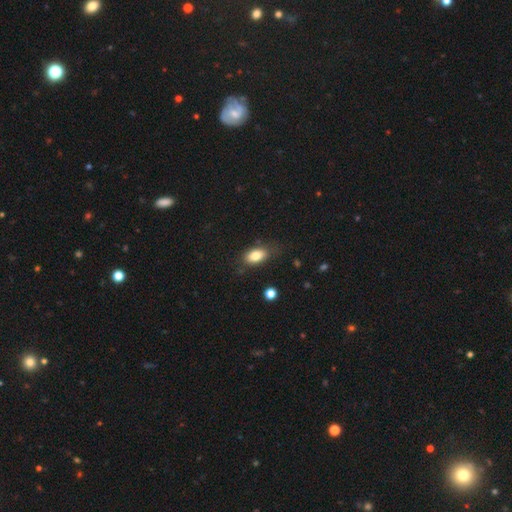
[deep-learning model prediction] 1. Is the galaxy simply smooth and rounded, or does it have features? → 81% smooth, 11% featured or disk, 8% star or artifact.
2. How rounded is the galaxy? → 89% in between, 7% round, 4% cigar-shaped.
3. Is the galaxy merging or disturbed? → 74% none, 19% minor disturbance, 6% major disturbance, 2% merger.